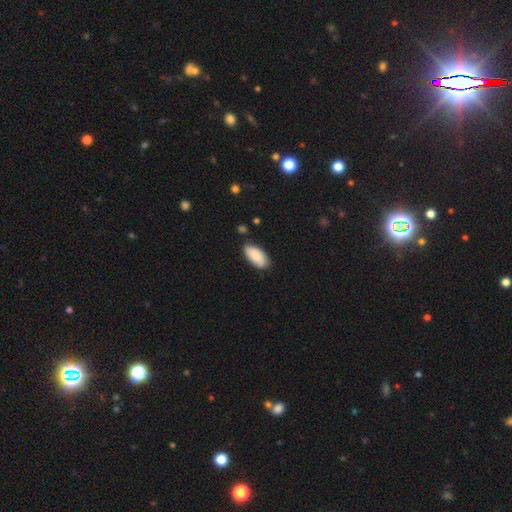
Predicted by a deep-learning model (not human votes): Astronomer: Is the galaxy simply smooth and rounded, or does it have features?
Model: smooth — 83%.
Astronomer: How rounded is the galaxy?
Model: in between — 93%.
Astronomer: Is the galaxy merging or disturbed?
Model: none — 77%.